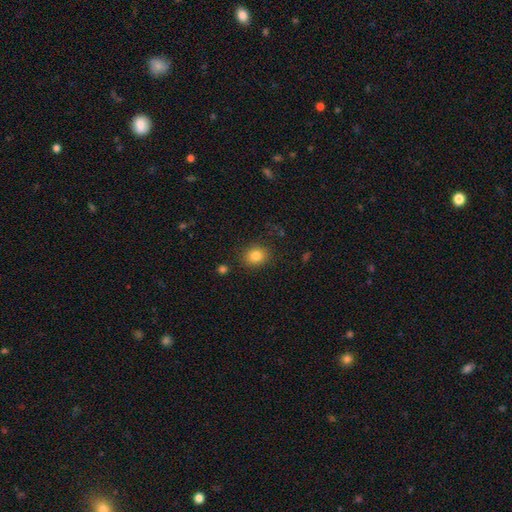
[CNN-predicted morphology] Overall: smooth (83%). How rounded: round (71%). Merging: none (86%).